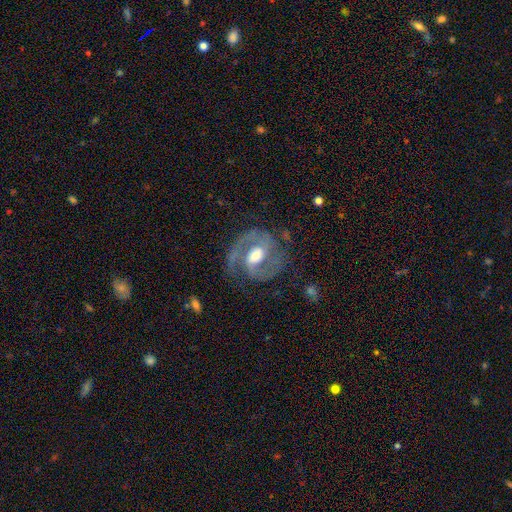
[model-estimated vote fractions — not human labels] Q: Smooth or featured?
A: featured or disk (89%); runner-up: smooth (6%)
Q: Edge-on disk?
A: no (98%); runner-up: yes (2%)
Q: Bar?
A: weak (44%); runner-up: no (35%)
Q: Spiral arms?
A: yes (96%); runner-up: no (4%)
Q: Spiral winding?
A: medium (53%); runner-up: tight (36%)
Q: Spiral arm count?
A: 2 (85%); runner-up: can't tell (4%)
Q: Bulge size?
A: moderate (64%); runner-up: small (17%)
Q: Merging?
A: none (71%); runner-up: minor disturbance (17%)